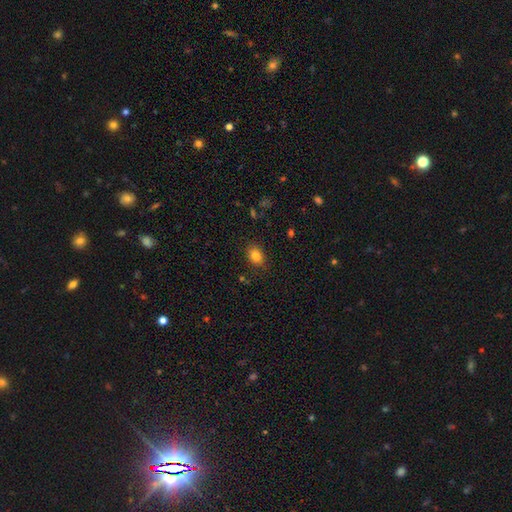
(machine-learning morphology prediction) Smooth or featured?
  - smooth: 83% *
  - star or artifact: 10%
  - featured or disk: 7%
How rounded?
  - in between: 67% *
  - round: 32%
  - cigar-shaped: 1%
Merging?
  - none: 84% *
  - minor disturbance: 12%
  - major disturbance: 3%
  - merger: 1%